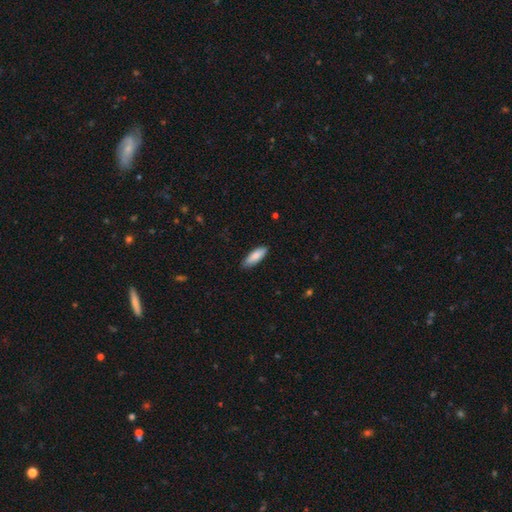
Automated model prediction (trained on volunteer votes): Morphology: type=smooth (85%); roundness=in between (61%); merging=none (84%).